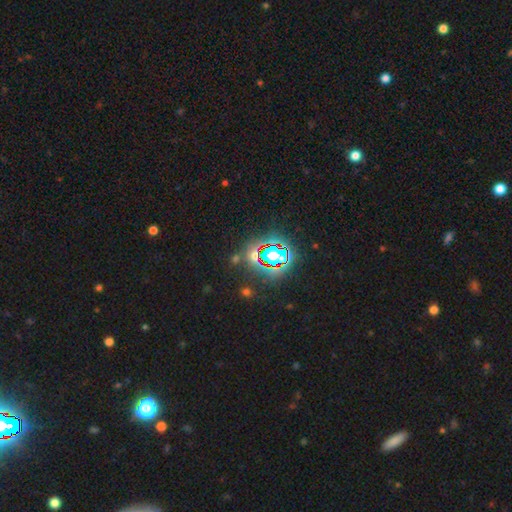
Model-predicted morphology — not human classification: This appears to be a star or artifact, not a galaxy (69%).